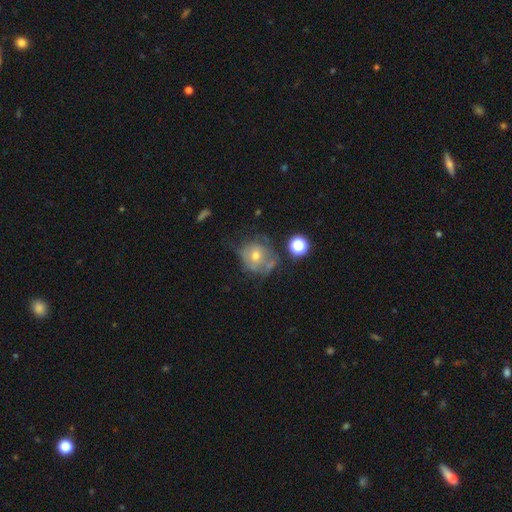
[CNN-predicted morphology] smooth-or-featured: featured or disk: 45% | smooth: 43% | star or artifact: 13%
  merging: none: 45% | minor disturbance: 26% | major disturbance: 17% | merger: 12%